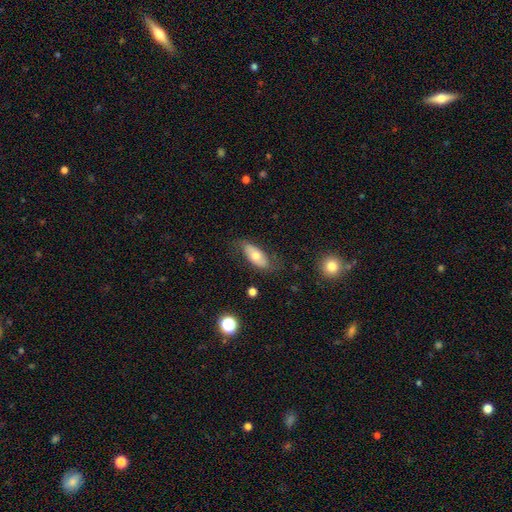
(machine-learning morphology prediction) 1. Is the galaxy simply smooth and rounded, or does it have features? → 63% smooth, 30% featured or disk, 7% star or artifact.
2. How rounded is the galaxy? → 84% in between, 13% cigar-shaped, 3% round.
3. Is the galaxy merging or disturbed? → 70% none, 22% minor disturbance, 7% major disturbance, 2% merger.